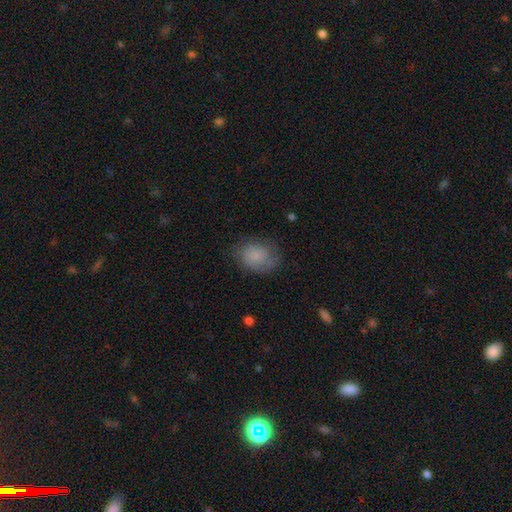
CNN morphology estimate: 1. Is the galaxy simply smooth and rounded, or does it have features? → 73% smooth, 19% featured or disk, 9% star or artifact.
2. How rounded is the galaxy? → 55% in between, 44% round, 1% cigar-shaped.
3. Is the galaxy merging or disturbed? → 66% none, 23% minor disturbance, 9% major disturbance, 1% merger.